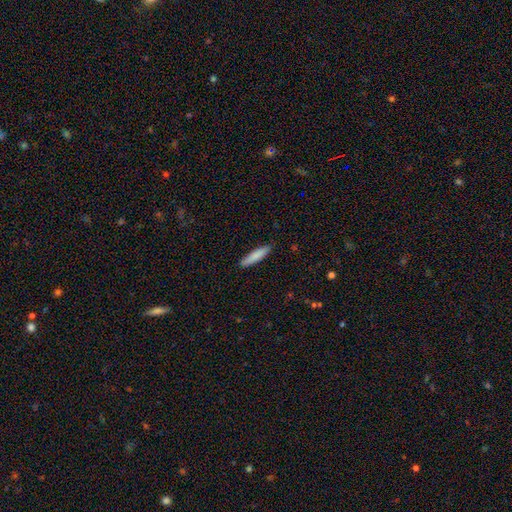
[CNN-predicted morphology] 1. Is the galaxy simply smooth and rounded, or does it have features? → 84% smooth, 11% featured or disk, 6% star or artifact.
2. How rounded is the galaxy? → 85% cigar-shaped, 14% in between, 1% round.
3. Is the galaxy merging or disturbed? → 88% none, 9% minor disturbance, 2% major disturbance, 1% merger.